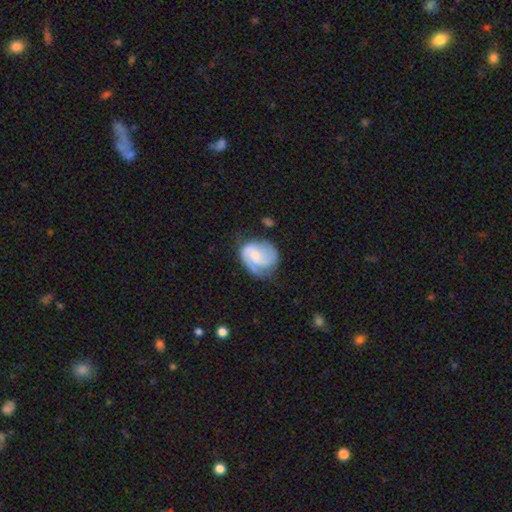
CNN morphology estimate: Smooth or featured? Predicted: featured or disk (p=0.65). Edge-on disk? Predicted: no (p=0.98). Bar? Predicted: no (p=0.53). Spiral arms? Predicted: yes (p=0.90). Spiral winding? Predicted: medium (p=0.46). Spiral arm count? Predicted: 2 (p=0.66). Bulge size? Predicted: small (p=0.42). Merging? Predicted: none (p=0.52).